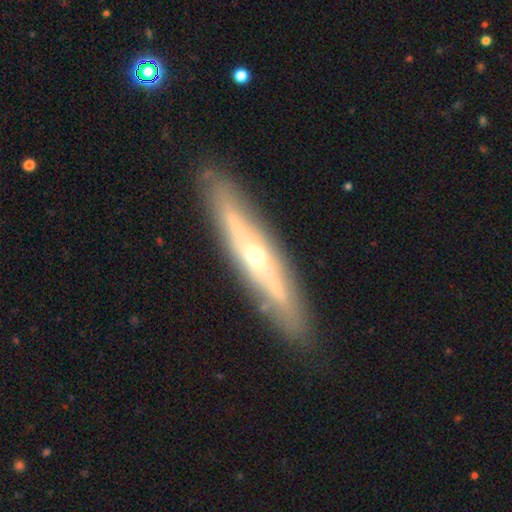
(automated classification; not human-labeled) smooth_or_featured: featured or disk (p=0.70) [alt: smooth p=0.24]
disk_edge_on: yes (p=0.61) [alt: no p=0.39]
merging: none (p=0.84) [alt: minor disturbance p=0.11]